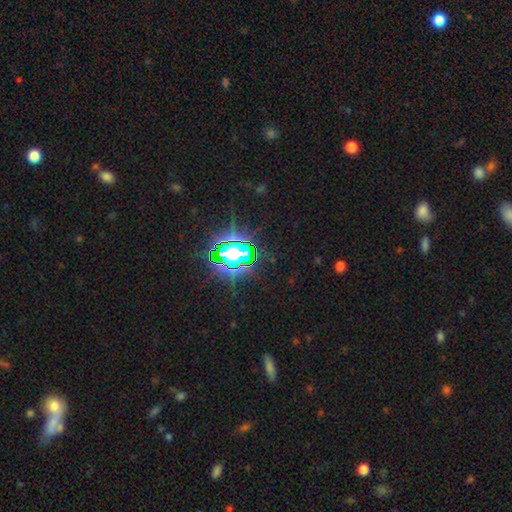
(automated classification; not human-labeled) This is likely a star or artifact rather than a galaxy (72%).